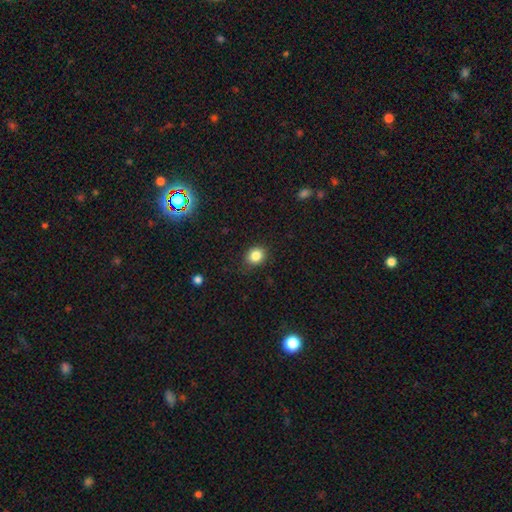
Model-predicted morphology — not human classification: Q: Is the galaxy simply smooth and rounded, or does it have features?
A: smooth — 84%.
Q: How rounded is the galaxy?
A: round — 72%.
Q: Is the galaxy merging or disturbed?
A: none — 86%.